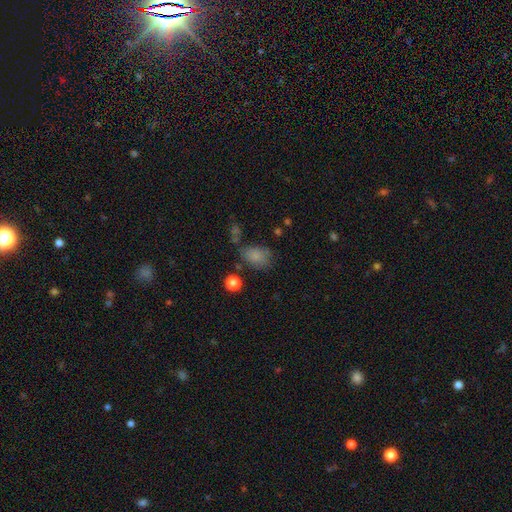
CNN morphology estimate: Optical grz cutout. It shows a smooth galaxy with no disk features (80%) that is in between round and cigar-shaped (78%). Merging: none (59%).